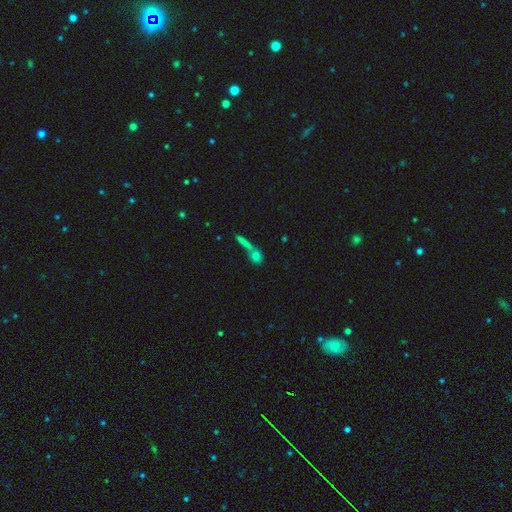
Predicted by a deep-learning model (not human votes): Smooth or featured?
  - smooth: 69% *
  - featured or disk: 18%
  - star or artifact: 13%
How rounded?
  - round: 61% *
  - in between: 21%
  - cigar-shaped: 18%
Merging?
  - none: 55% *
  - merger: 29%
  - minor disturbance: 10%
  - major disturbance: 6%